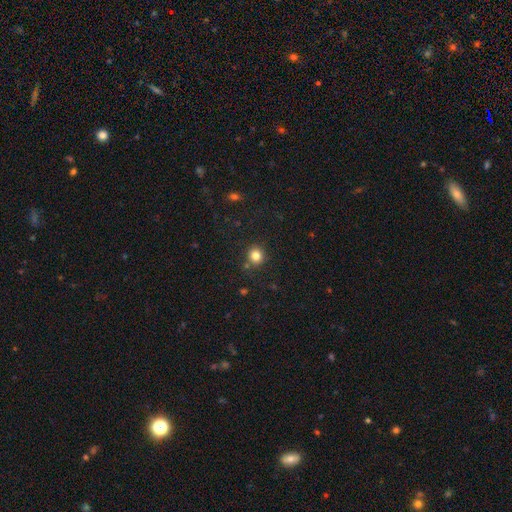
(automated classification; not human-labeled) Smooth or featured: smooth — 81% (star or artifact — 13%)
How rounded: round — 87% (in between — 13%)
Merging: none — 83% (minor disturbance — 9%)